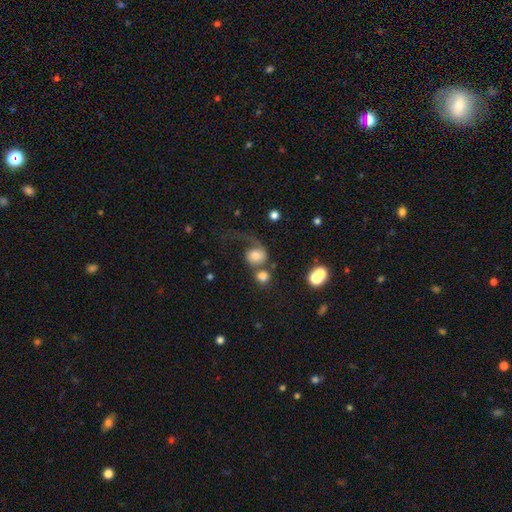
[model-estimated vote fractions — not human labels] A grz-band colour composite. It shows a smooth galaxy with no disk features (58%) that is round (70%). Merging: major disturbance (39%).